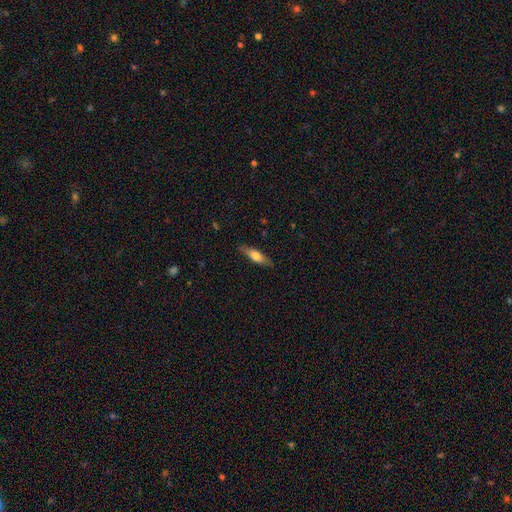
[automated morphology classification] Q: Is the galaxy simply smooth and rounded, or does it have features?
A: smooth — 57%.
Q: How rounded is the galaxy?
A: cigar-shaped — 65%.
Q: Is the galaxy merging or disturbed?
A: none — 85%.